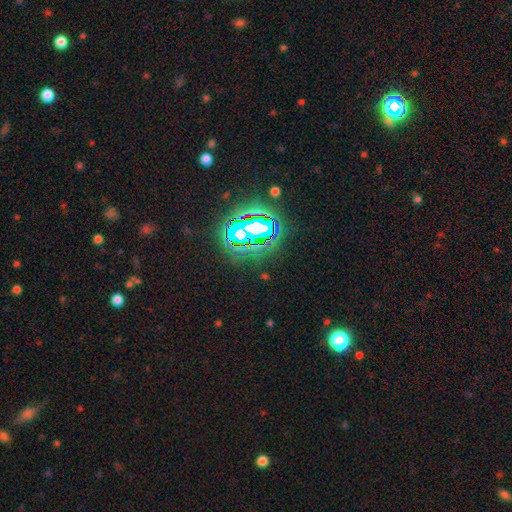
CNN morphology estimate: smooth_or_featured: star or artifact (p=0.80) [alt: smooth p=0.12]